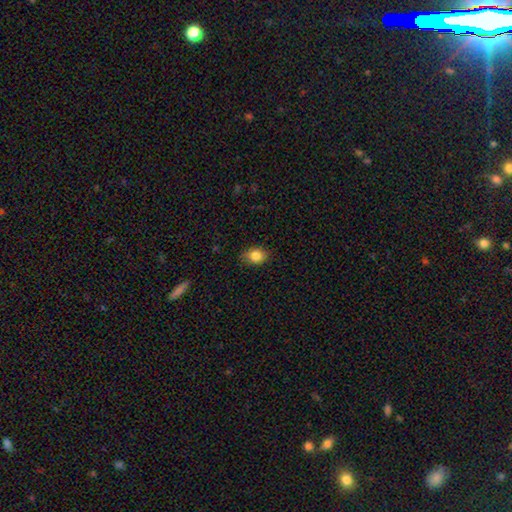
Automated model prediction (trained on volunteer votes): Overall: smooth (84%). How rounded: in between (59%; round 40%). Merging: none (77%).